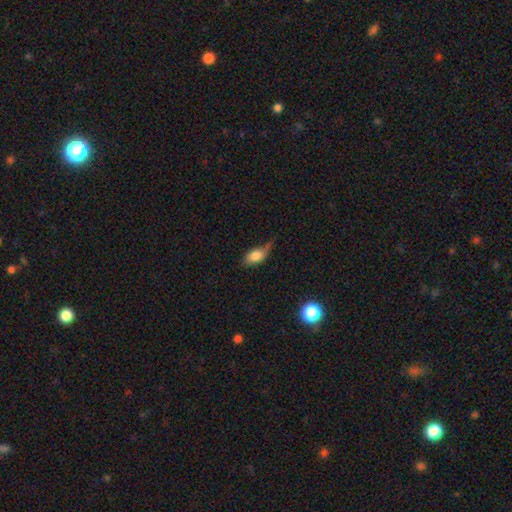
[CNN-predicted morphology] smooth-or-featured: smooth: 73% | featured or disk: 18% | star or artifact: 8%
  how-rounded: in between: 86% | round: 9% | cigar-shaped: 6%
  merging: none: 39% | minor disturbance: 37% | major disturbance: 21% | merger: 4%